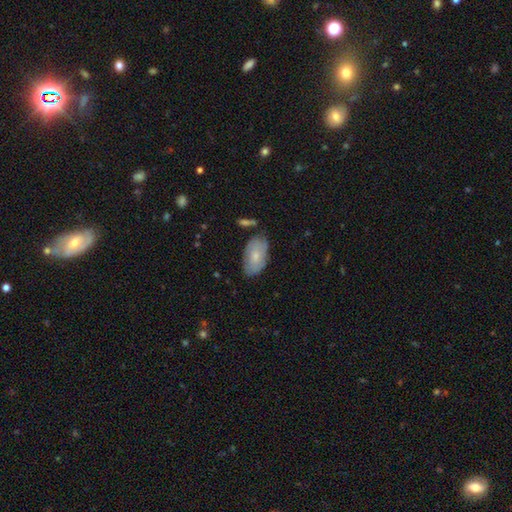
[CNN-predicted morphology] A smooth galaxy with no disk features (70%) that is in between round and cigar-shaped (94%). Merging: none (74%).